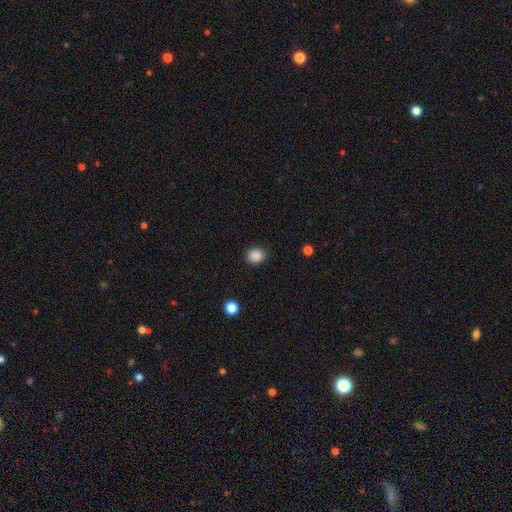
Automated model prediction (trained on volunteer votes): smooth-or-featured: smooth: 88% | star or artifact: 10% | featured or disk: 3%
  how-rounded: round: 71% | in between: 28% | cigar-shaped: 1%
  merging: none: 88% | minor disturbance: 8% | major disturbance: 2% | merger: 1%